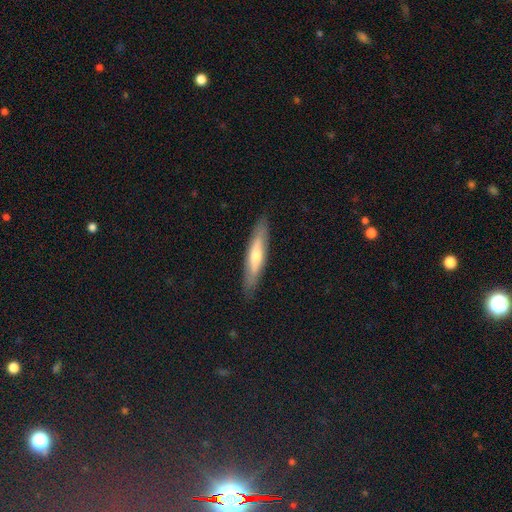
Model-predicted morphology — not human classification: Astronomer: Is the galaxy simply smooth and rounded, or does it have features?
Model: featured or disk — 49% (runner-up: smooth, 44%).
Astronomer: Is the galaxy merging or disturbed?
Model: none — 87%.